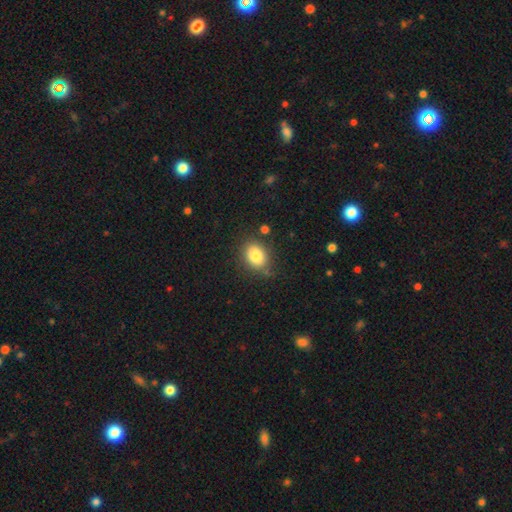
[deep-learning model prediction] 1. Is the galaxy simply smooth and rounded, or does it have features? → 83% smooth, 9% star or artifact, 8% featured or disk.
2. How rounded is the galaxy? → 64% in between, 35% round, 1% cigar-shaped.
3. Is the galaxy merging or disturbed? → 78% none, 14% minor disturbance, 4% major disturbance, 4% merger.